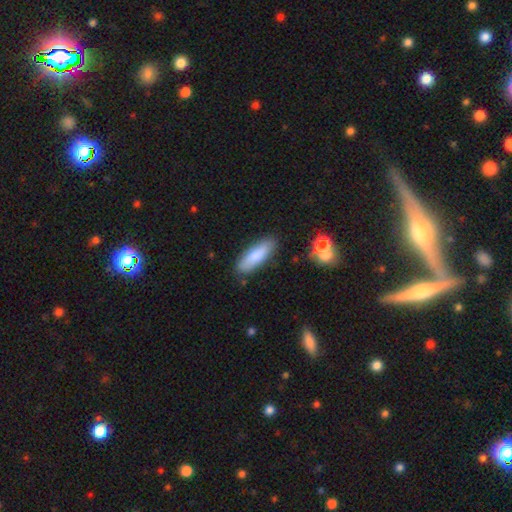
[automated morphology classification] Q: Smooth or featured?
A: smooth (79%); runner-up: featured or disk (14%)
Q: How rounded?
A: in between (51%); runner-up: cigar-shaped (47%)
Q: Merging?
A: none (84%); runner-up: minor disturbance (11%)